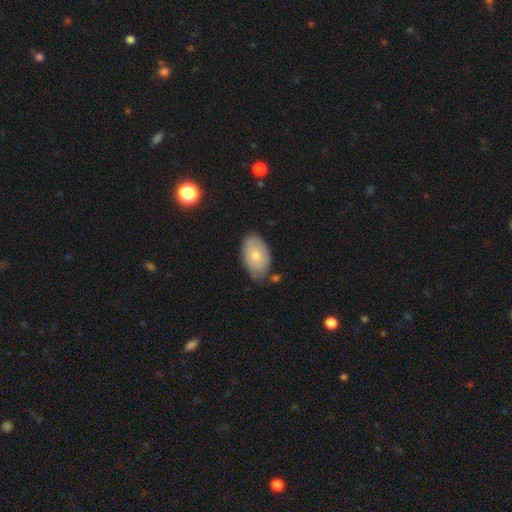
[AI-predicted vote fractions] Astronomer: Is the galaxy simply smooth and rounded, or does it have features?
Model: smooth — 70%.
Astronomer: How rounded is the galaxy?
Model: in between — 92%.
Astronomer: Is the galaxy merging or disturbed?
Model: none — 73%.